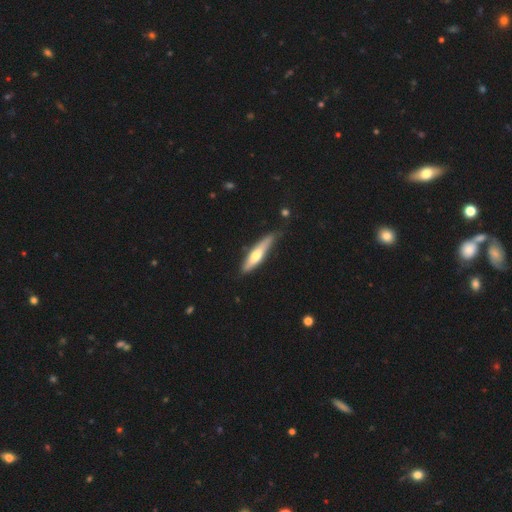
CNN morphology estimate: The model was most divided on "smooth or featured": smooth: 52%, featured or disk: 44%, star or artifact: 5%. More confident: how rounded — cigar-shaped (80%); merging — none (72%).